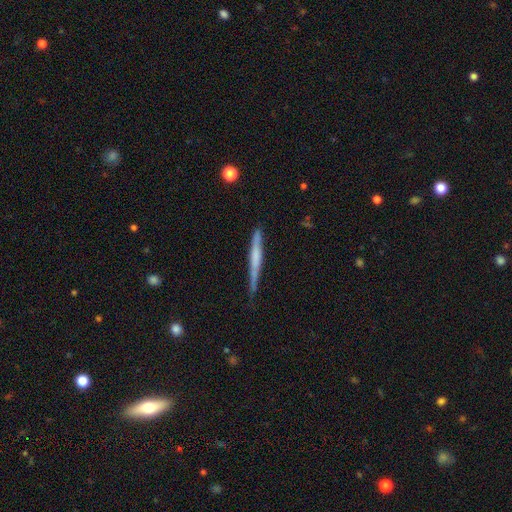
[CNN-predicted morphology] This appears to be a featured or disk galaxy (50%). Merging: none (72%).